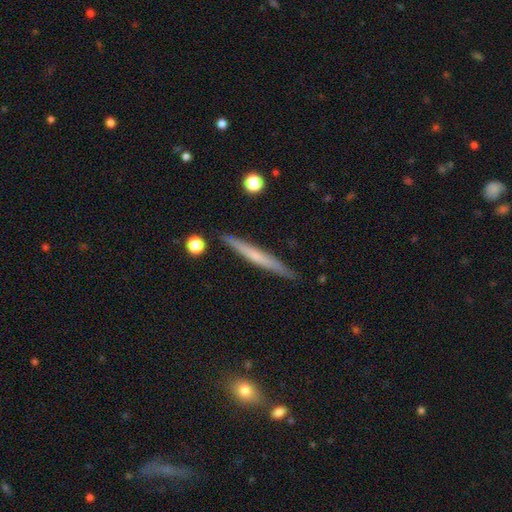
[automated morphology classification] Overall: featured or disk (48%; smooth 46%). Merging: none (89%).